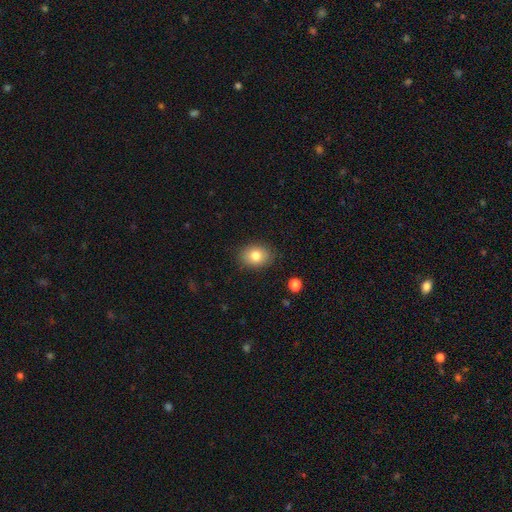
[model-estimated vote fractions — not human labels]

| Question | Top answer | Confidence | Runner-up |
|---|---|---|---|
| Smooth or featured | smooth | 81% | featured or disk (10%) |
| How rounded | in between | 62% | round (37%) |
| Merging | none | 86% | minor disturbance (10%) |